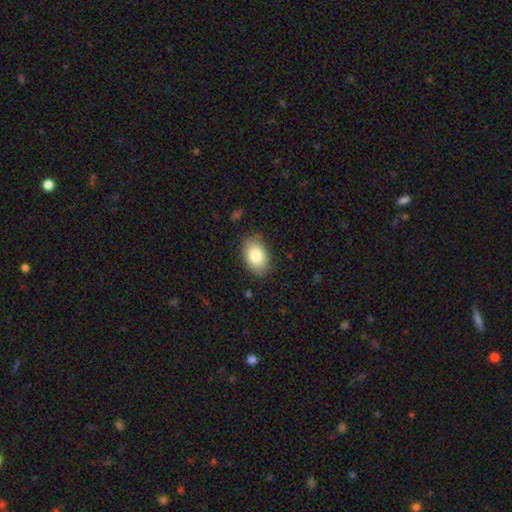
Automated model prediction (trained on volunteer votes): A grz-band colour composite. It shows a smooth galaxy with no disk features (85%) that is in between round and cigar-shaped (89%). Merging: none (85%).